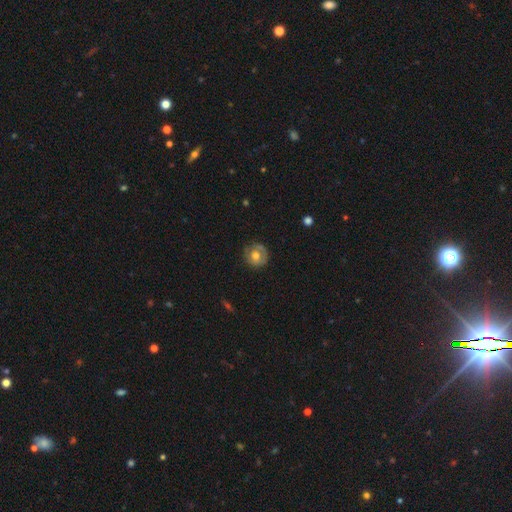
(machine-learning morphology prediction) Smooth or featured? smooth (57%)
How rounded? round (89%)
Merging? none (76%)